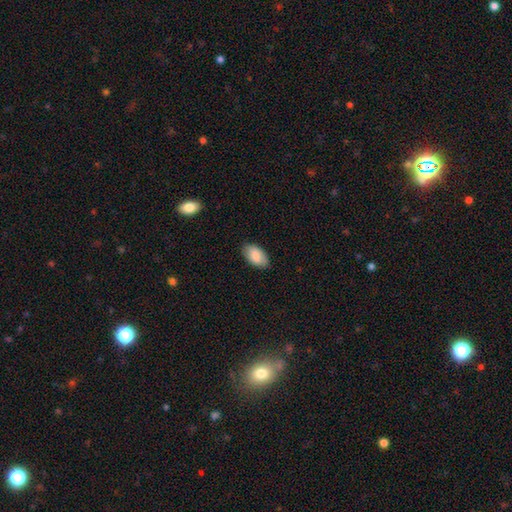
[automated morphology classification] smooth 85%, featured or disk 9%, star or artifact 6%. Down the decision tree: how rounded — in between (95%); merging — none (84%).